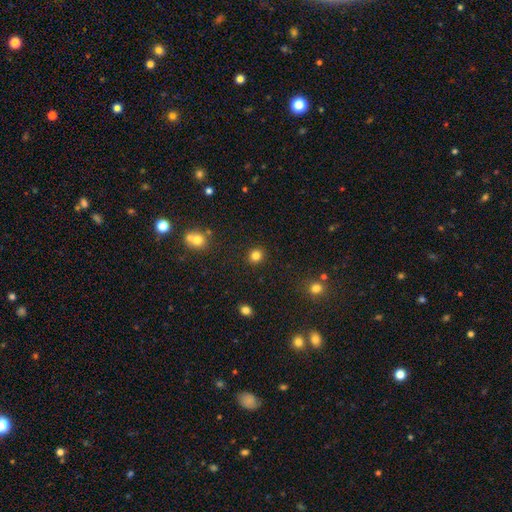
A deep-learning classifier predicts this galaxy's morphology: Smooth or featured?
  - smooth: 82% *
  - star or artifact: 13%
  - featured or disk: 5%
How rounded?
  - round: 87% *
  - in between: 12%
  - cigar-shaped: 1%
Merging?
  - none: 91% *
  - minor disturbance: 6%
  - major disturbance: 2%
  - merger: 2%